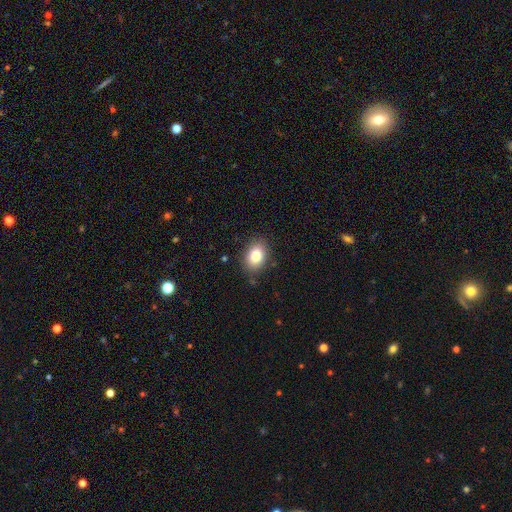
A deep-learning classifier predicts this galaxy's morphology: This appears to be a smooth galaxy with no disk features (81%) that is in between round and cigar-shaped (72%). Merging: none (85%).